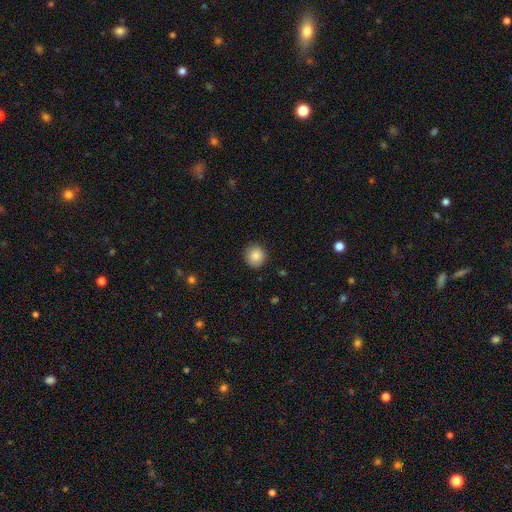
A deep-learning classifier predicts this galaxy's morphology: smooth_or_featured: smooth (p=0.86) [alt: star or artifact p=0.09]
how_rounded: round (p=0.93) [alt: in between p=0.06]
merging: none (p=0.89) [alt: minor disturbance p=0.08]